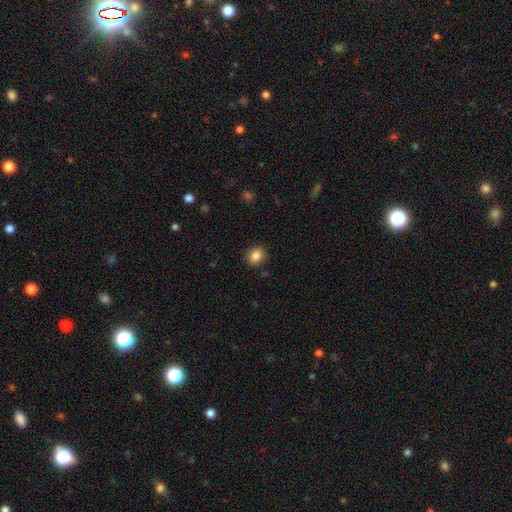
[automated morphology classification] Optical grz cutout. It shows a smooth galaxy with no disk features (85%) that is round (74%). Merging: none (89%).